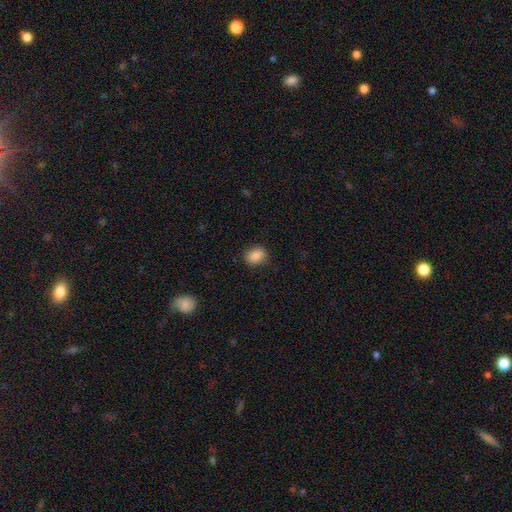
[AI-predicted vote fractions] Q: Smooth or featured?
A: smooth (87%); runner-up: star or artifact (9%)
Q: How rounded?
A: in between (65%); runner-up: round (34%)
Q: Merging?
A: none (86%); runner-up: minor disturbance (10%)